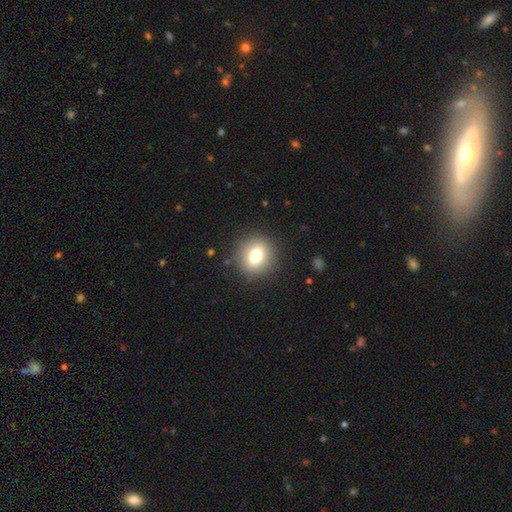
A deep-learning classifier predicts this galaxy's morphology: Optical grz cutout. It shows a smooth galaxy with no disk features (72%) that is round (75%). Merging: none (88%).